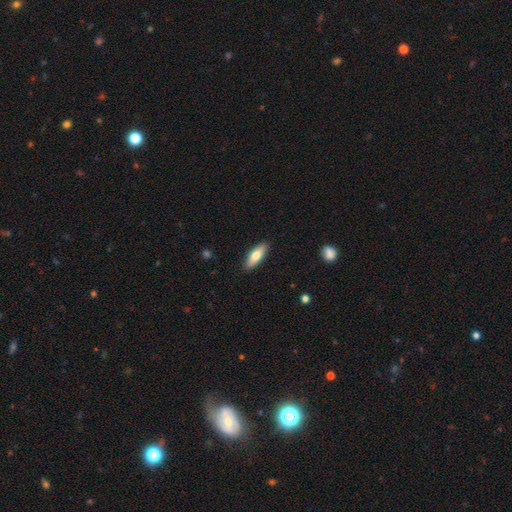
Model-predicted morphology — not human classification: The model was most divided on "how rounded": in between: 61%, cigar-shaped: 37%, round: 2%. More confident: merging — none (89%); smooth or featured — smooth (73%).